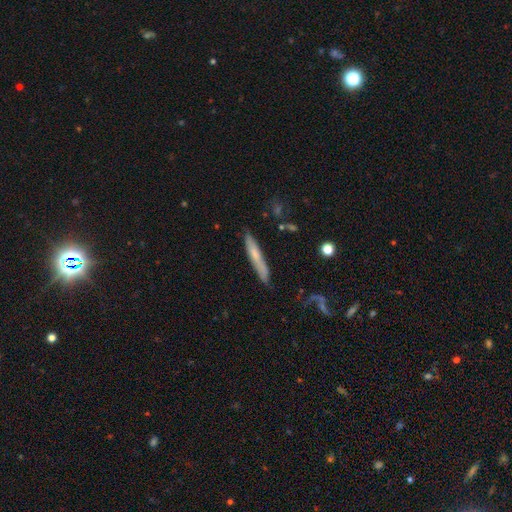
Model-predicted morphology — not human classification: Smooth or featured? Predicted: smooth (p=0.59). How rounded? Predicted: cigar-shaped (p=0.93). Merging? Predicted: none (p=0.77).